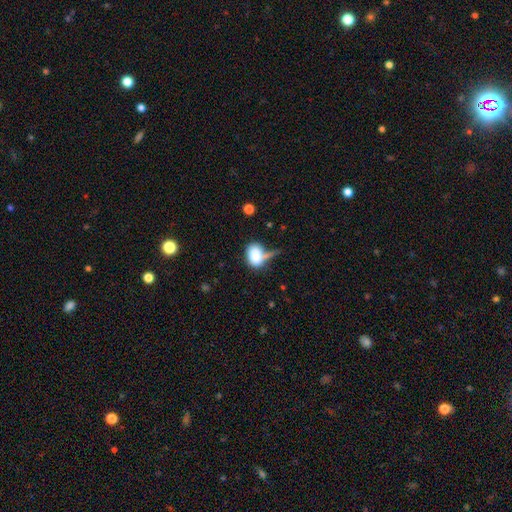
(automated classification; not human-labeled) Morphology: type=smooth (78%); roundness=in between (71%); merging=none (29%).